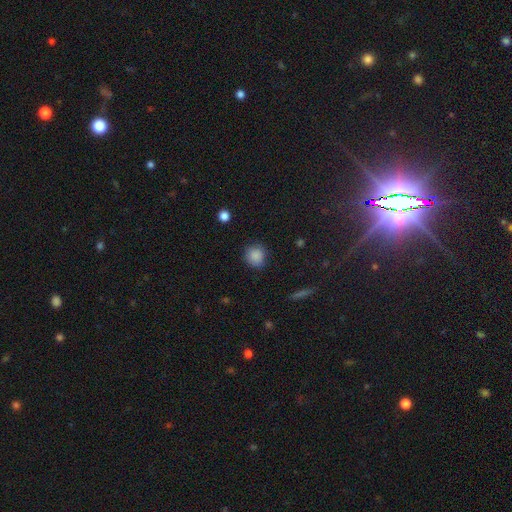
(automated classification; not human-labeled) Morphology: type=smooth (86%); roundness=round (87%); merging=none (83%).